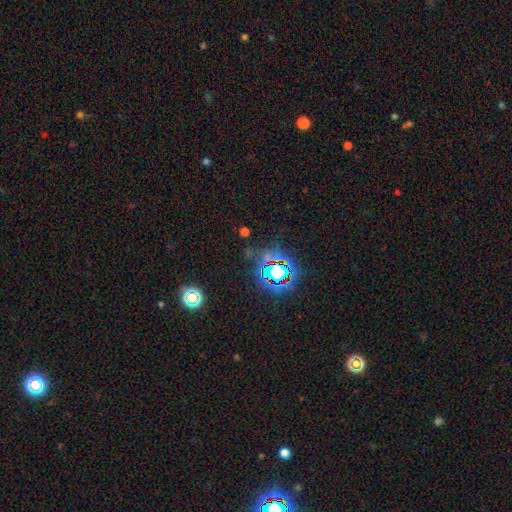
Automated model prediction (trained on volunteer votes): smooth_or_featured: star or artifact (p=0.79) [alt: smooth p=0.13]